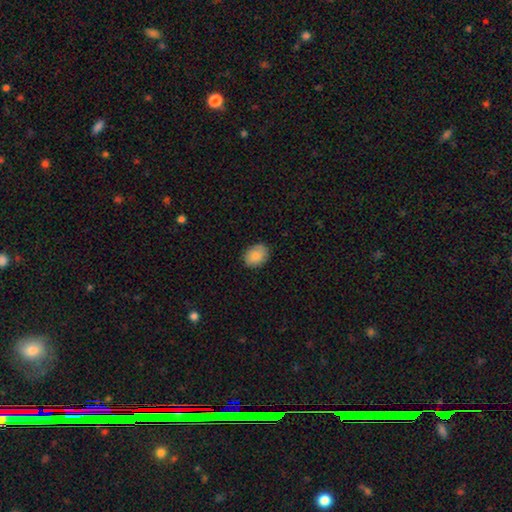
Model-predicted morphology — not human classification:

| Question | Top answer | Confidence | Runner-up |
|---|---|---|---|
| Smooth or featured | smooth | 84% | featured or disk (9%) |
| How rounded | in between | 61% | round (38%) |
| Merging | none | 85% | minor disturbance (11%) |